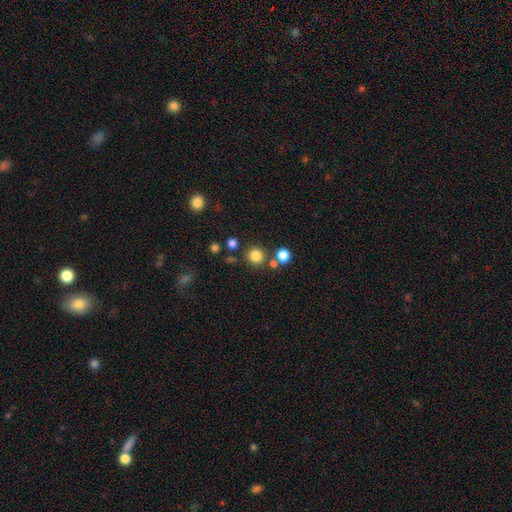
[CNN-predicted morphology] This is clearly a smooth galaxy (81%). How rounded: clearly round (92%). Merging: likely none (79%).